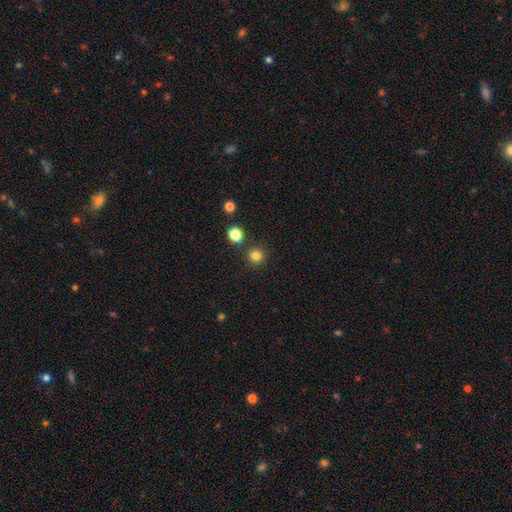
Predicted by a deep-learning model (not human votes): This appears to be a smooth galaxy with no disk features (81%) that is round (95%). Merging: none (88%).